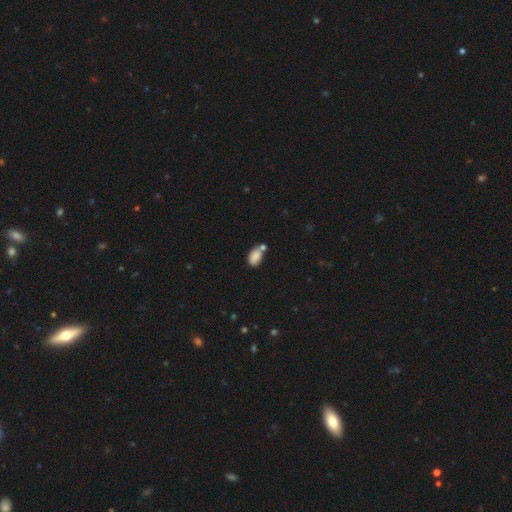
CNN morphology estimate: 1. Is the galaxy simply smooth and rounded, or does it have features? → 85% smooth, 9% star or artifact, 7% featured or disk.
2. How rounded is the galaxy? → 89% in between, 9% round, 2% cigar-shaped.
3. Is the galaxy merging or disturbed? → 48% none, 30% merger, 17% minor disturbance, 5% major disturbance.